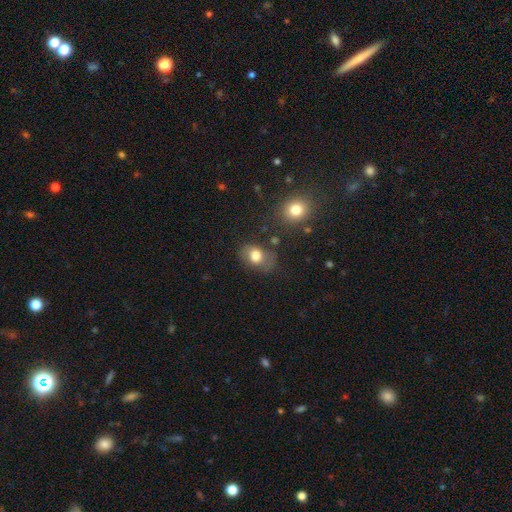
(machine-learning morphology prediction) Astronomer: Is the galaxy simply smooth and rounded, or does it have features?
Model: smooth — 76%.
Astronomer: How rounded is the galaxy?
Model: in between — 66%.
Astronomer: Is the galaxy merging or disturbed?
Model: none — 61%.